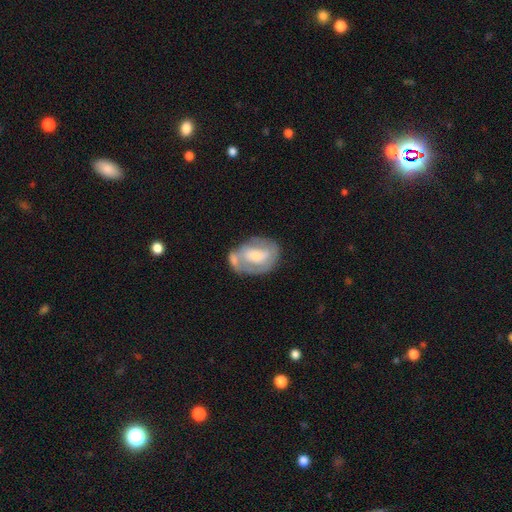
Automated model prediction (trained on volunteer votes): This is possibly a featured or disk galaxy (59%). It is clearly not viewed edge-on (96%). Bar: possibly no (55%). Spiral arm pattern: possibly yes (59%). Central bulge: marginally moderate (41%). Merging: marginally none (42%).